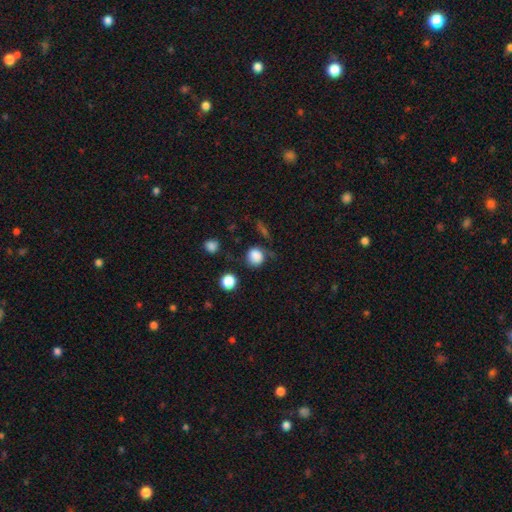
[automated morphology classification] Overall: smooth (83%). How rounded: round (83%). Merging: none (63%).